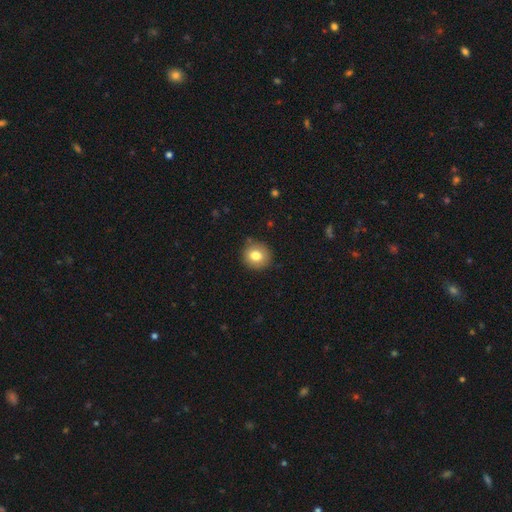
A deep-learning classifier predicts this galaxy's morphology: type=smooth (80%); roundness=round (88%); merging=none (87%).